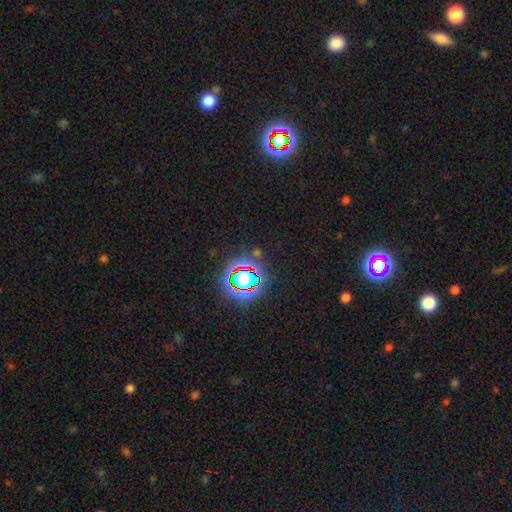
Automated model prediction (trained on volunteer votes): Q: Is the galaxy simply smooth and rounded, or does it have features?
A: star or artifact — 75%.